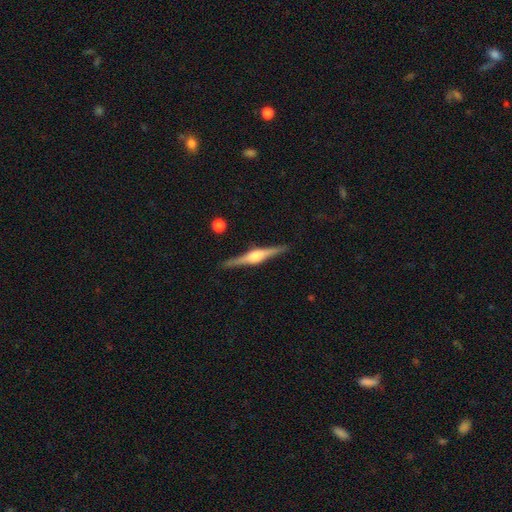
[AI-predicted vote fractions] Smooth or featured: featured or disk — 83% (smooth — 12%)
Edge-on disk: yes — 98% (no — 2%)
Edge-on bulge: rounded — 81% (boxy — 16%)
Merging: none — 90% (minor disturbance — 7%)